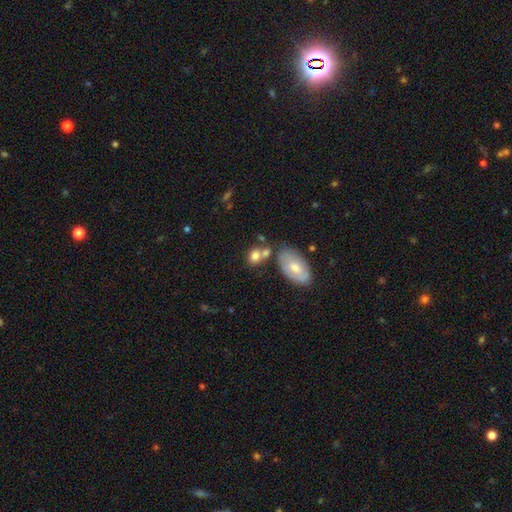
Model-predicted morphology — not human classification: This appears to be a smooth galaxy with no disk features (77%) that is in between round and cigar-shaped (65%). Merging: none (45%).